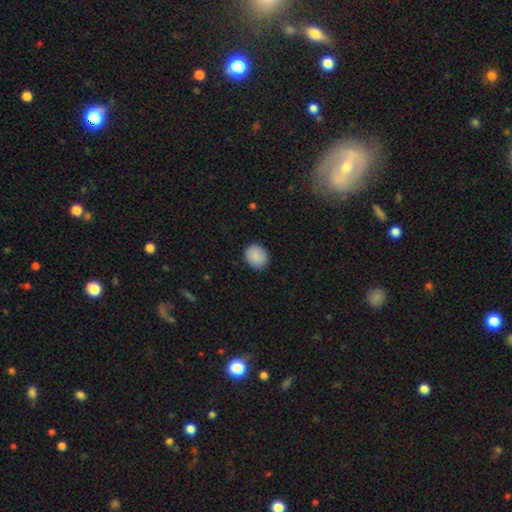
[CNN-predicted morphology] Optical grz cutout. It shows a smooth galaxy with no disk features (89%) that is round (58%). Merging: none (89%).